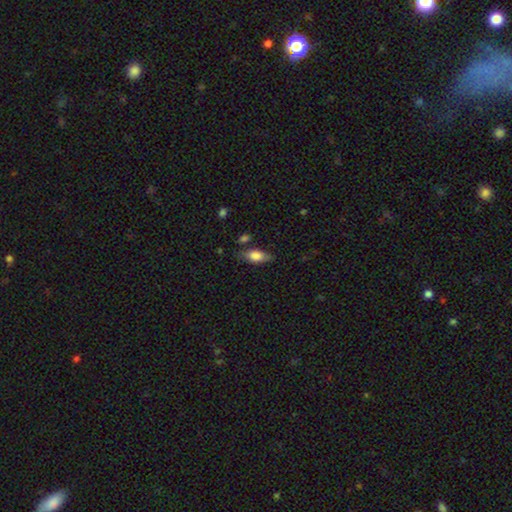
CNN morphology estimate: This is likely a smooth galaxy (74%). How rounded: likely in between (80%). Merging: likely none (75%).